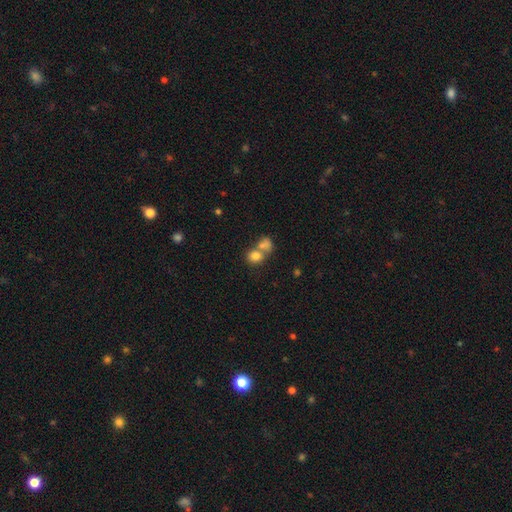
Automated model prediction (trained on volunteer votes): smooth_or_featured: smooth (p=0.78) [alt: star or artifact p=0.11]
how_rounded: round (p=0.67) [alt: in between p=0.31]
merging: merger (p=0.55) [alt: none p=0.34]